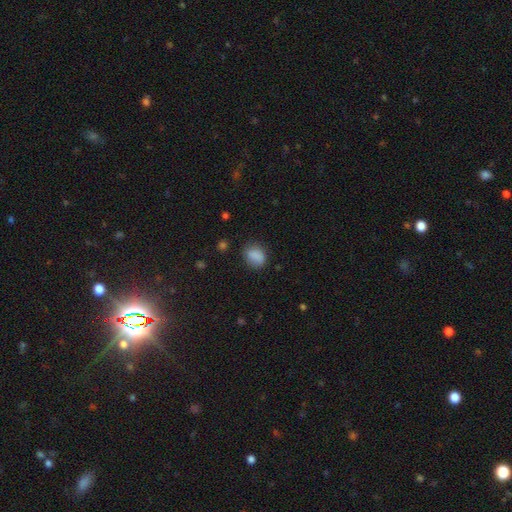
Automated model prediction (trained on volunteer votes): Q: Smooth or featured?
A: smooth (85%); runner-up: star or artifact (9%)
Q: How rounded?
A: in between (60%); runner-up: round (38%)
Q: Merging?
A: none (74%); runner-up: minor disturbance (19%)